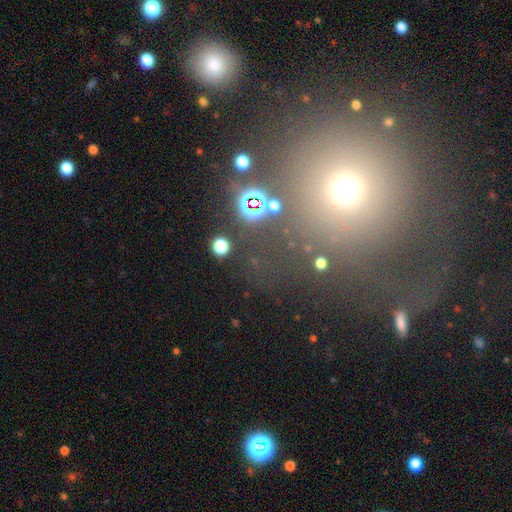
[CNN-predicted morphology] Smooth or featured? smooth (50%)
How rounded? round (92%)
Merging? none (68%)